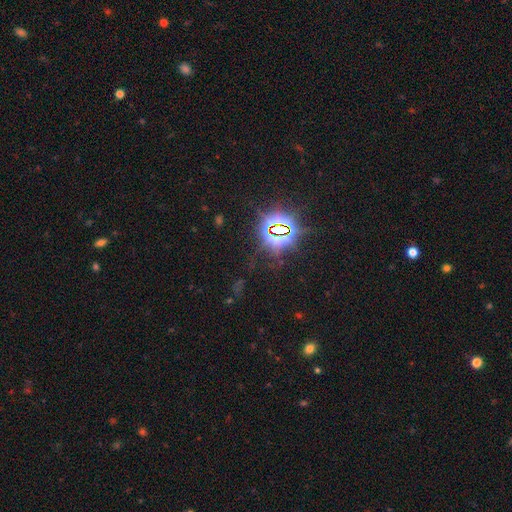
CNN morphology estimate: smooth-or-featured: star or artifact: 83% | smooth: 9% | featured or disk: 7%